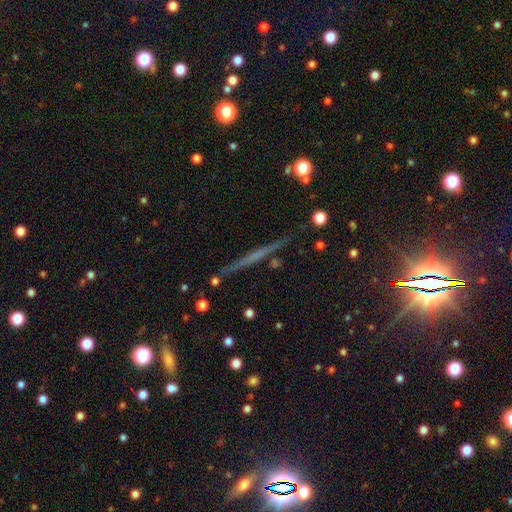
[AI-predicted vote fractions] featured or disk 63%, smooth 24%, star or artifact 13%. Down the decision tree: edge-on disk — yes (97%); edge-on bulge — none (68%); merging — none (88%).